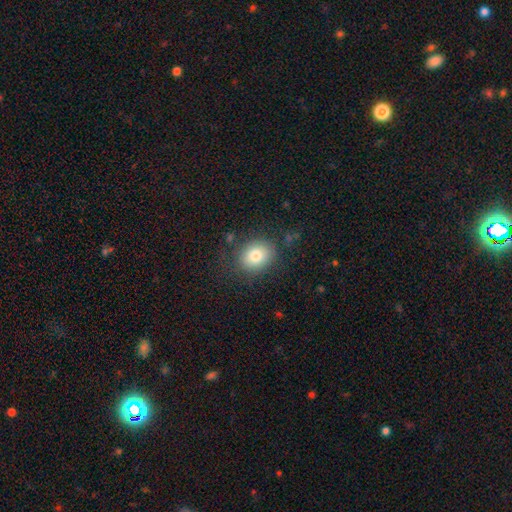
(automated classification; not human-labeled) smooth_or_featured: smooth (p=0.80) [alt: featured or disk p=0.10]
how_rounded: round (p=0.55) [alt: in between p=0.44]
merging: none (p=0.81) [alt: minor disturbance p=0.13]